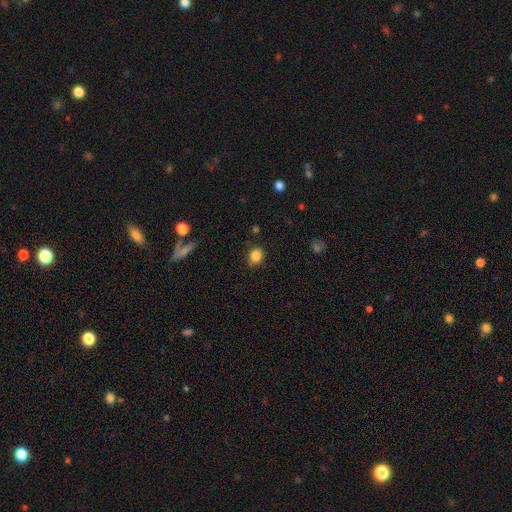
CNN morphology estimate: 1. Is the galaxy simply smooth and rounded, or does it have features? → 85% smooth, 10% star or artifact, 5% featured or disk.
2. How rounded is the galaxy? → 68% round, 31% in between, 1% cigar-shaped.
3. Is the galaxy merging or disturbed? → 83% none, 12% minor disturbance, 3% major disturbance, 2% merger.